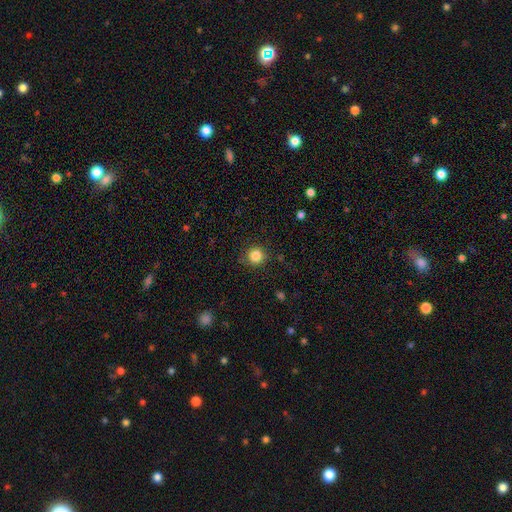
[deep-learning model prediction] smooth 84%, star or artifact 11%, featured or disk 4%. Down the decision tree: how rounded — round (93%); merging — none (87%).